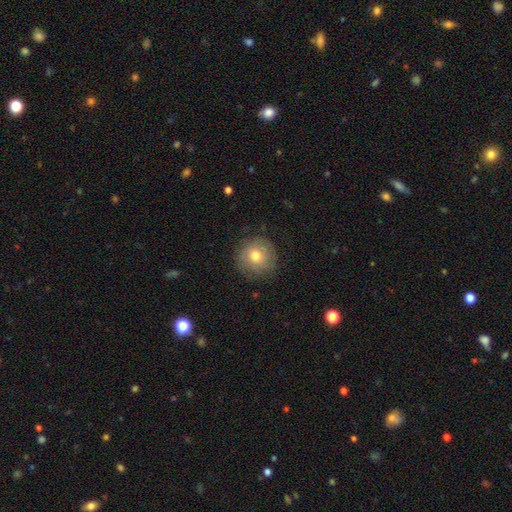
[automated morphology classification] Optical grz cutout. It shows a smooth galaxy with no disk features (75%) that is round (93%). Merging: none (83%).